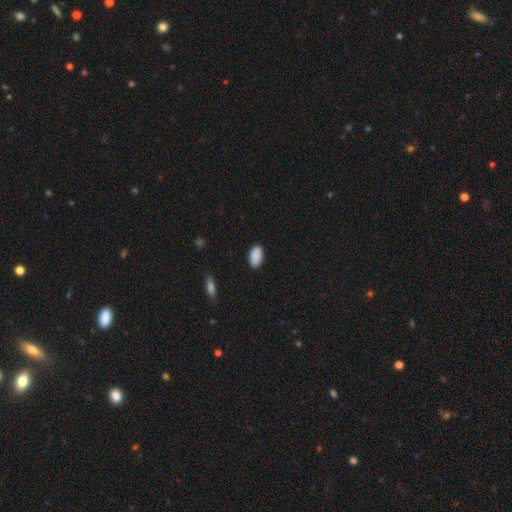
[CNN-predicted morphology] Overall: smooth (90%). How rounded: in between (94%). Merging: none (88%).